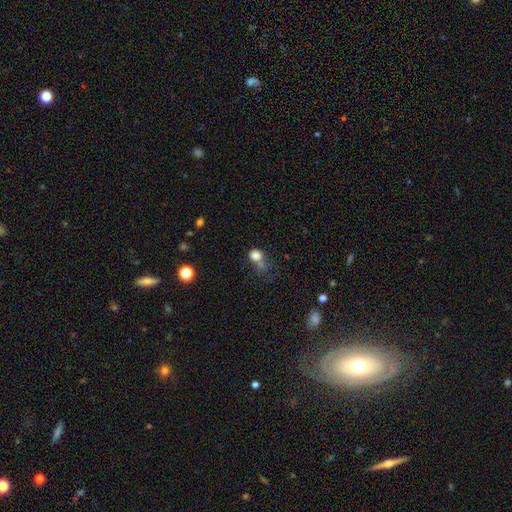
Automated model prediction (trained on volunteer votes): smooth 78%, star or artifact 13%, featured or disk 9%. Down the decision tree: how rounded — round (71%); merging — none (38%).